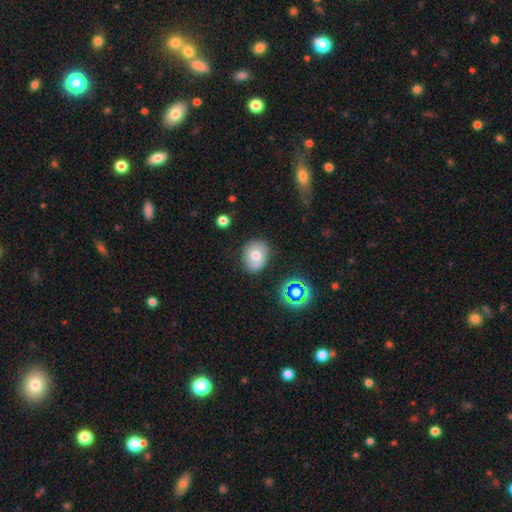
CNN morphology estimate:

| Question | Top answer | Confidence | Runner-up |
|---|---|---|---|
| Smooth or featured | smooth | 58% | featured or disk (30%) |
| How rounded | round | 62% | in between (37%) |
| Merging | none | 75% | minor disturbance (18%) |